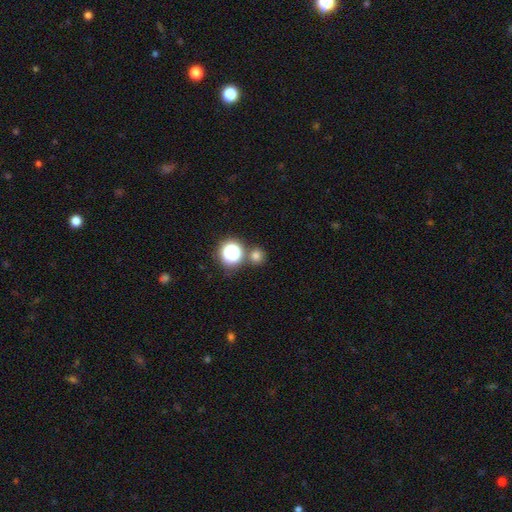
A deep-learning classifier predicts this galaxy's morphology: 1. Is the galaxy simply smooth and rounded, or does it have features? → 71% smooth, 23% star or artifact, 6% featured or disk.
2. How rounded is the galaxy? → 89% round, 10% in between, 1% cigar-shaped.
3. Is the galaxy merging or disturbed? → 76% none, 14% merger, 7% minor disturbance, 3% major disturbance.